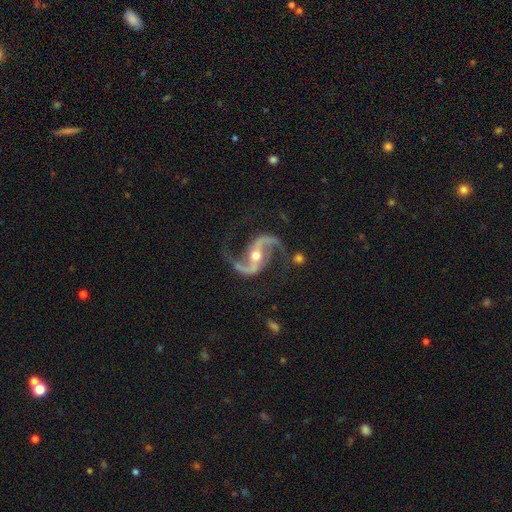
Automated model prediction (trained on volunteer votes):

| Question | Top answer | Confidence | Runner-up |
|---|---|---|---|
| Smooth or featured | featured or disk | 93% | star or artifact (4%) |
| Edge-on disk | no | 98% | yes (2%) |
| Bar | strong | 38% | weak (31%) |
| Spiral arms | yes | 98% | no (2%) |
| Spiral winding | loose | 52% | medium (41%) |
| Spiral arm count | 2 | 95% | 1 (1%) |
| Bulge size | moderate | 65% | small (29%) |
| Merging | none | 77% | minor disturbance (13%) |